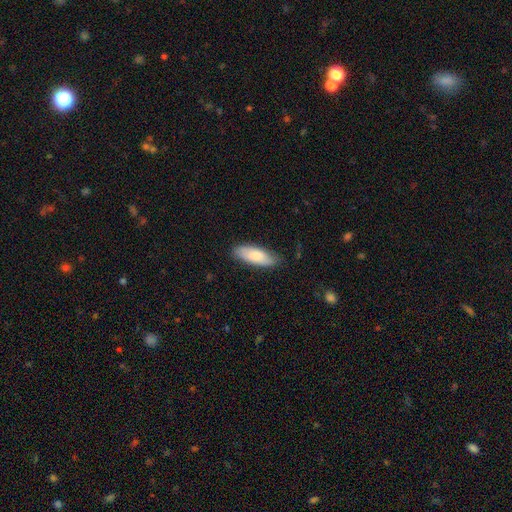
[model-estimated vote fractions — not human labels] Smooth or featured? Predicted: smooth (p=0.77). How rounded? Predicted: in between (p=0.66). Merging? Predicted: none (p=0.81).